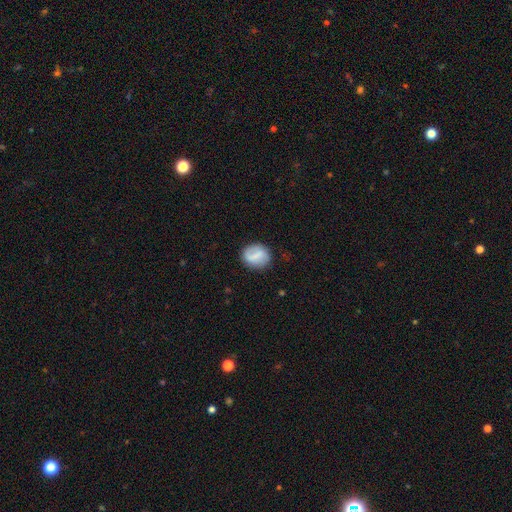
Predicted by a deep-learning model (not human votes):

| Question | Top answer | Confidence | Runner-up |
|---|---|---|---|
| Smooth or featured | smooth | 59% | featured or disk (34%) |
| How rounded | round | 59% | in between (40%) |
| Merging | none | 80% | minor disturbance (14%) |